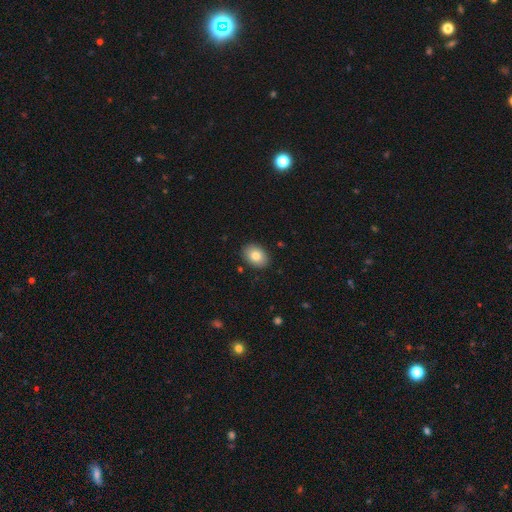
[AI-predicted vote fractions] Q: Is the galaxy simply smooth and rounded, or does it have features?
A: smooth — 83%.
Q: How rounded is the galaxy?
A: in between — 75%.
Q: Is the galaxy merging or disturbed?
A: none — 89%.